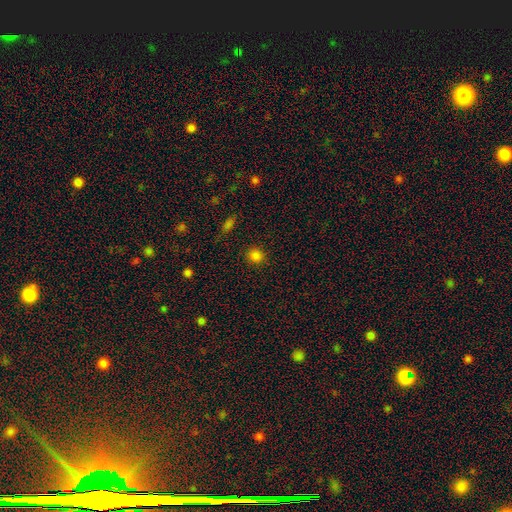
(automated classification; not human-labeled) Smooth or featured?
  - smooth: 83% *
  - star or artifact: 14%
  - featured or disk: 4%
How rounded?
  - round: 89% *
  - in between: 10%
  - cigar-shaped: 1%
Merging?
  - none: 90% *
  - minor disturbance: 6%
  - major disturbance: 2%
  - merger: 1%